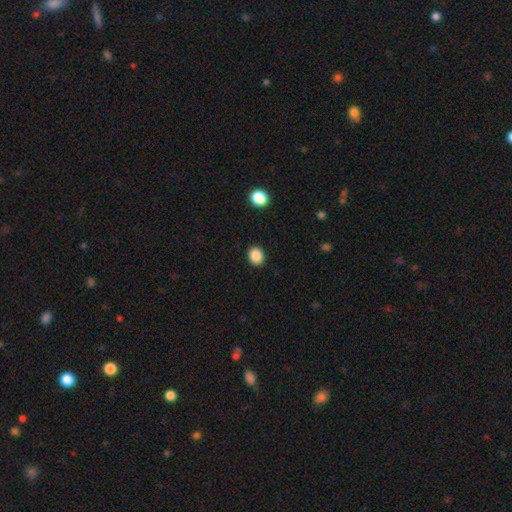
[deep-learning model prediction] Smooth or featured: smooth — 88% (star or artifact — 9%)
How rounded: round — 66% (in between — 33%)
Merging: none — 91% (minor disturbance — 6%)